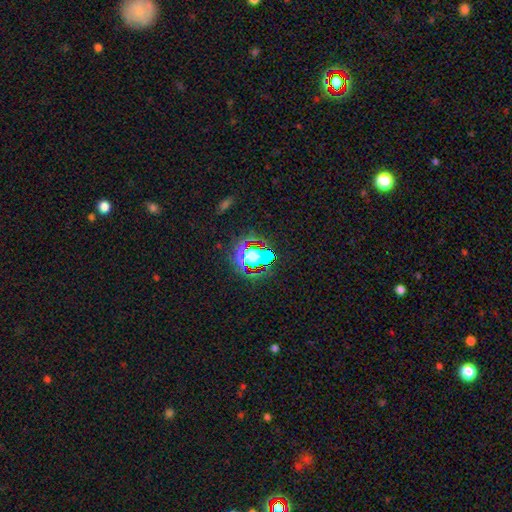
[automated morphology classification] Smooth or featured: star or artifact — 46% (smooth — 37%)